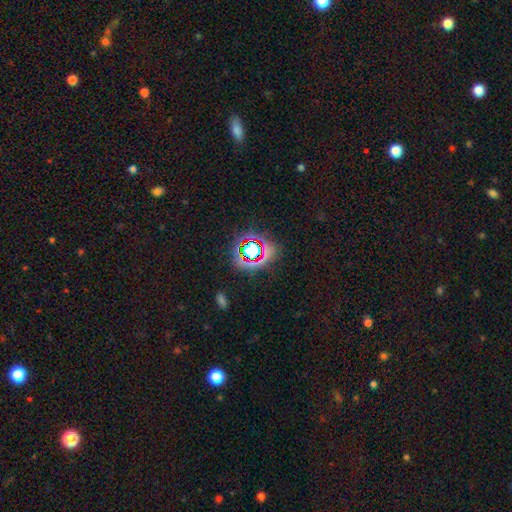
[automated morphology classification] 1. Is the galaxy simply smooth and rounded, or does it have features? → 61% star or artifact, 26% smooth, 13% featured or disk.